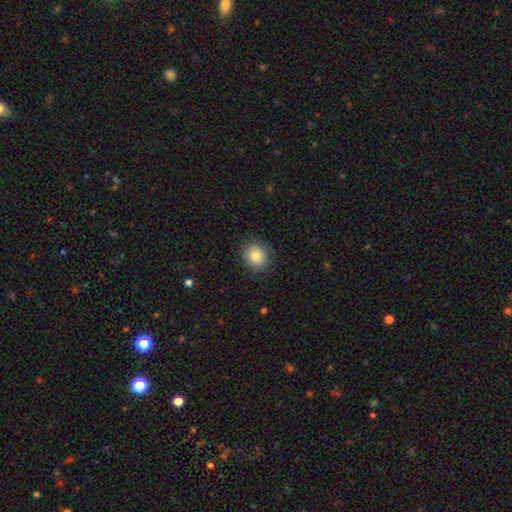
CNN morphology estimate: smooth 82%, star or artifact 10%, featured or disk 8%. Down the decision tree: how rounded — round (81%); merging — none (88%).